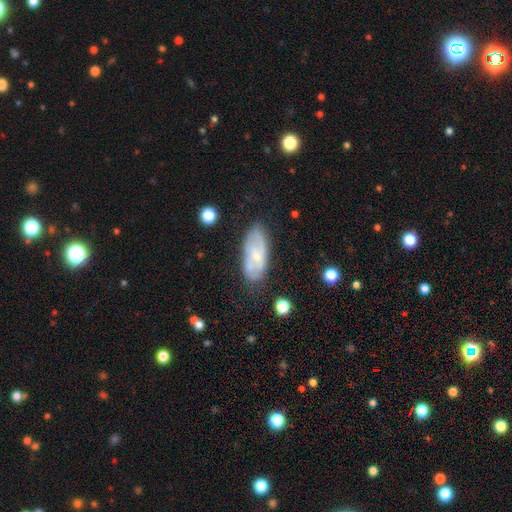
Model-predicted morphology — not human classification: type=featured or disk (53%); edge-on=no (88%); merging=none (71%).